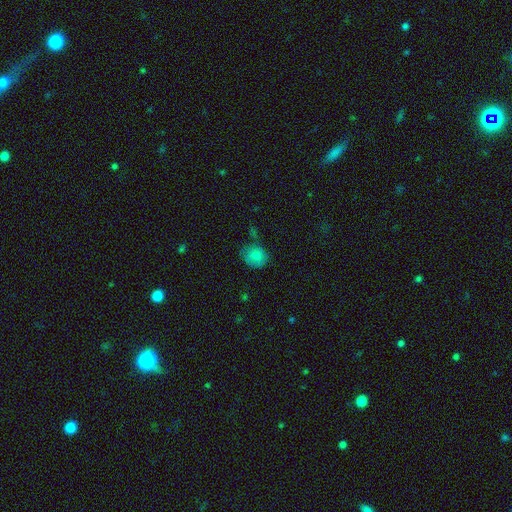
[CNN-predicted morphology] This is likely a smooth galaxy (79%). How rounded: likely round (63%). Merging: likely none (62%).